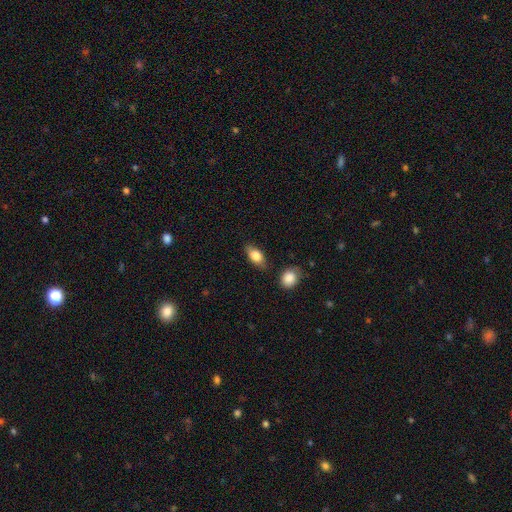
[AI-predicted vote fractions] smooth 80%, featured or disk 13%, star or artifact 7%. Down the decision tree: how rounded — in between (86%); merging — none (80%).